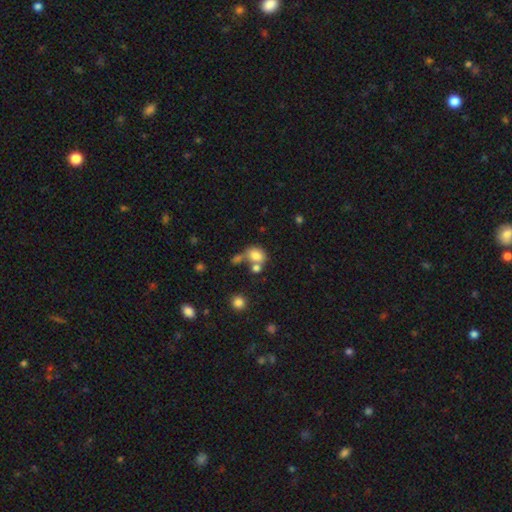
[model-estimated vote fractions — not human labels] Smooth or featured: smooth — 77% (featured or disk — 12%)
How rounded: in between — 56% (round — 43%)
Merging: merger — 41% (none — 38%)